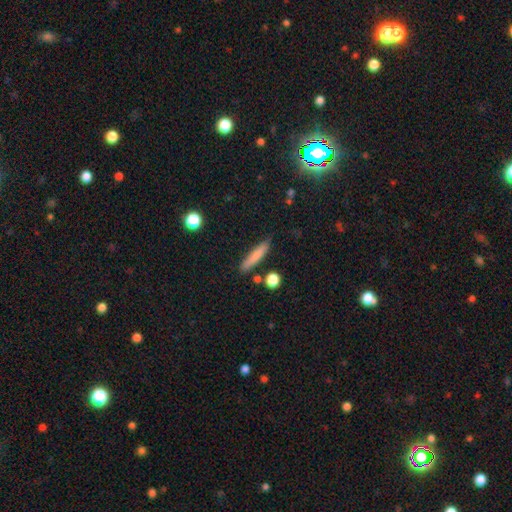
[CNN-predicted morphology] The model was most divided on "smooth or featured": smooth: 78%, featured or disk: 15%, star or artifact: 7%. More confident: how rounded — cigar-shaped (89%); merging — none (82%).